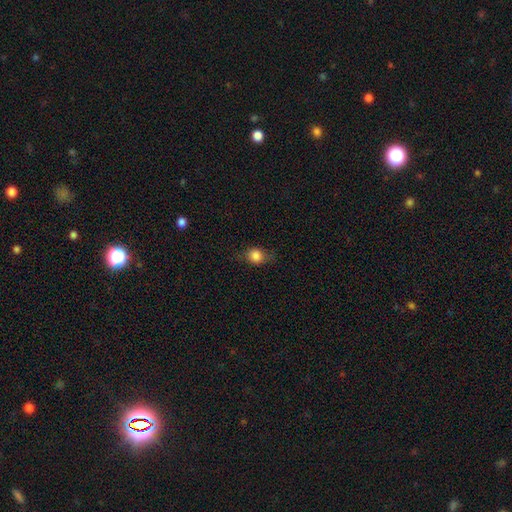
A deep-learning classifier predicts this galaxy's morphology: smooth-or-featured: smooth: 79% | star or artifact: 10% | featured or disk: 10%
  how-rounded: round: 68% | in between: 30% | cigar-shaped: 2%
  merging: none: 71% | minor disturbance: 21% | major disturbance: 7% | merger: 1%